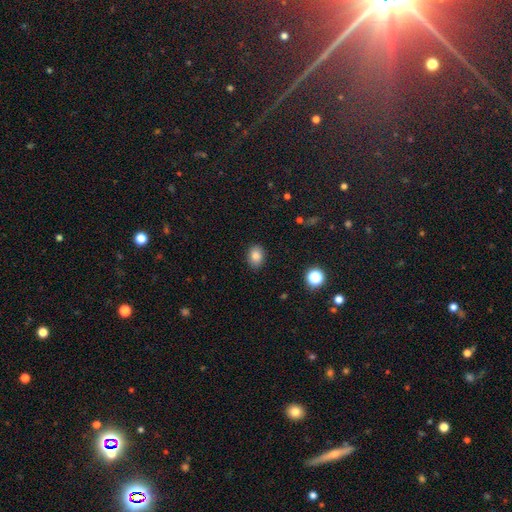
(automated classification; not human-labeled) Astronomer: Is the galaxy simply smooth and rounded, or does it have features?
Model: smooth — 84%.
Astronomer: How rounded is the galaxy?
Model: in between — 67%.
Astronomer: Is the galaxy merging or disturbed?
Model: none — 86%.